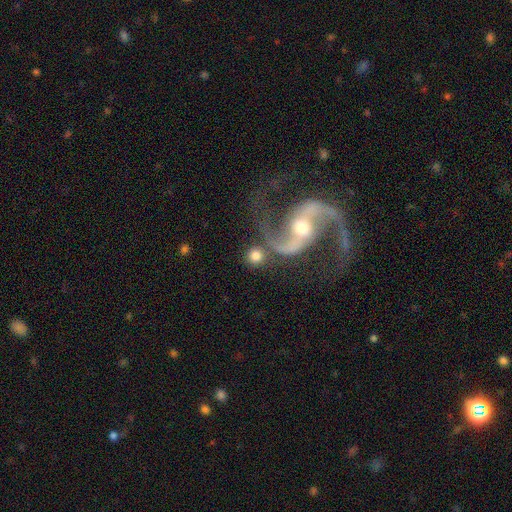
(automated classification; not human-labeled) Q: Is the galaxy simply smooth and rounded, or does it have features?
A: smooth — 64%.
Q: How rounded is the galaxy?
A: round — 89%.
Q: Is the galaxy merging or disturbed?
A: none — 58%.